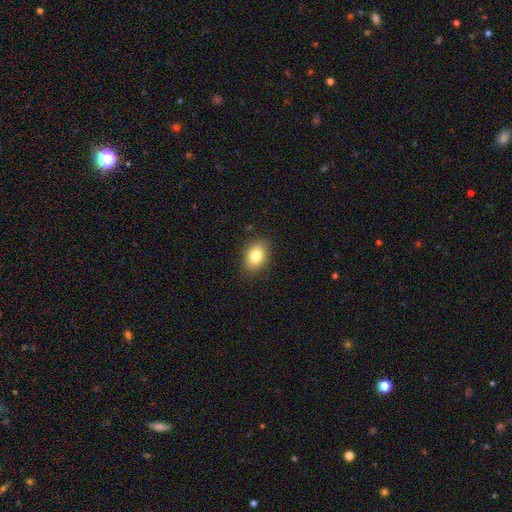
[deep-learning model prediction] Smooth or featured? Predicted: smooth (p=0.81). How rounded? Predicted: in between (p=0.76). Merging? Predicted: none (p=0.85).